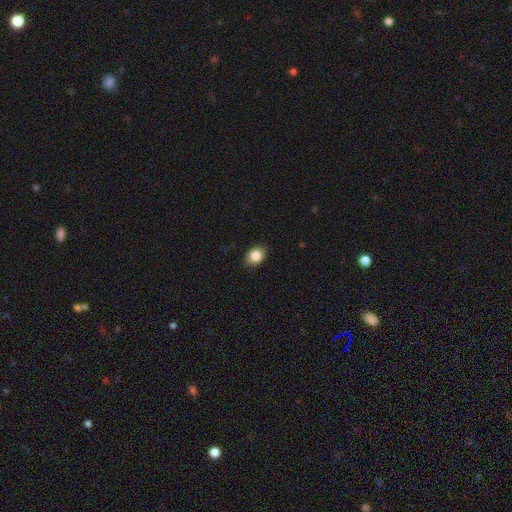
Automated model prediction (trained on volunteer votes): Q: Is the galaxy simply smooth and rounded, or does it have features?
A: smooth — 85%.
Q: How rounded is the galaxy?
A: in between — 64%.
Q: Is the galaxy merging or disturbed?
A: none — 88%.